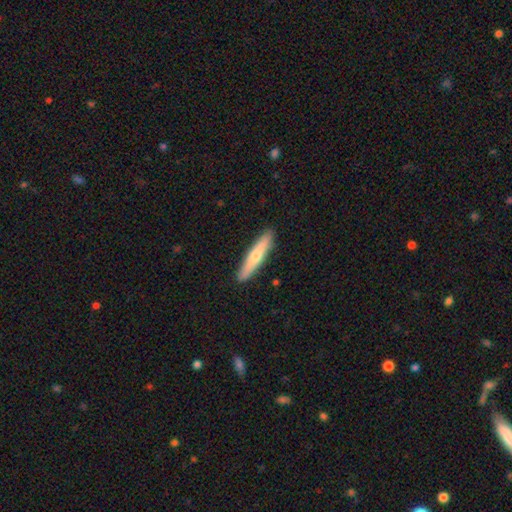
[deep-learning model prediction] smooth-or-featured: smooth: 58% | featured or disk: 37% | star or artifact: 5%
  how-rounded: cigar-shaped: 89% | in between: 9% | round: 2%
  merging: none: 90% | minor disturbance: 7% | major disturbance: 1% | merger: 1%